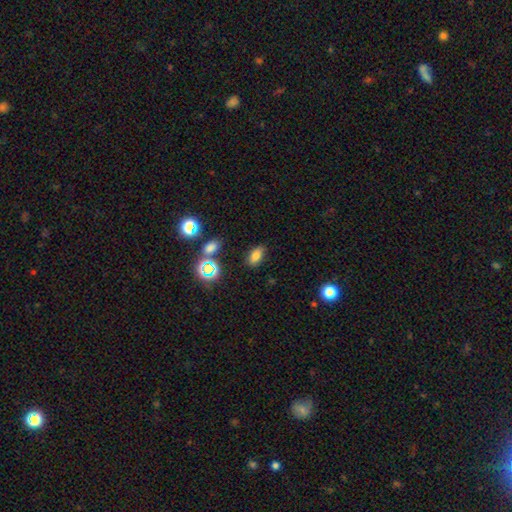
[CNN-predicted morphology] smooth-or-featured: smooth: 73% | star or artifact: 17% | featured or disk: 10%
  how-rounded: in between: 86% | round: 10% | cigar-shaped: 4%
  merging: none: 83% | minor disturbance: 11% | major disturbance: 3% | merger: 3%